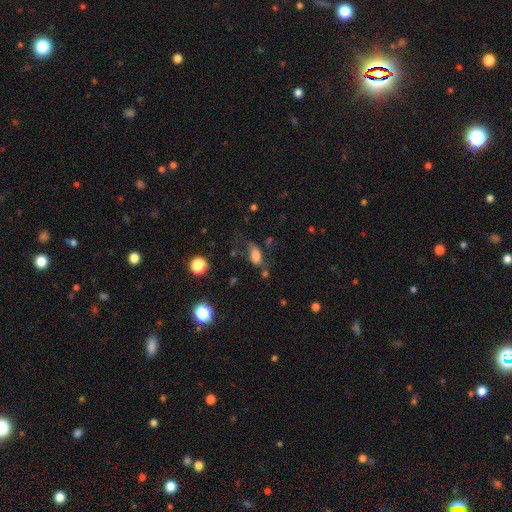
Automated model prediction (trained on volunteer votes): Q: Smooth or featured?
A: smooth (69%); runner-up: featured or disk (18%)
Q: How rounded?
A: in between (84%); runner-up: round (10%)
Q: Merging?
A: none (45%); runner-up: minor disturbance (26%)